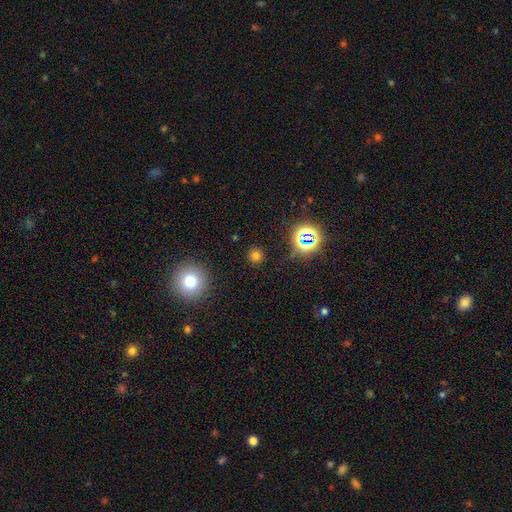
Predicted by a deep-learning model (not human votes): This appears to be a smooth galaxy with no disk features (68%) that is round (92%). Merging: none (88%).